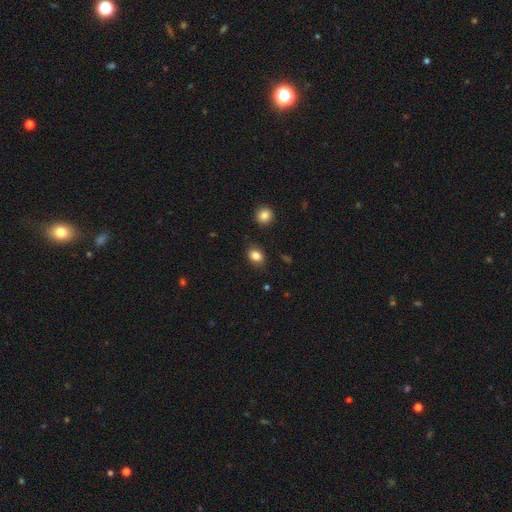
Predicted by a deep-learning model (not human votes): Morphology: type=smooth (84%); roundness=in between (66%); merging=none (84%).